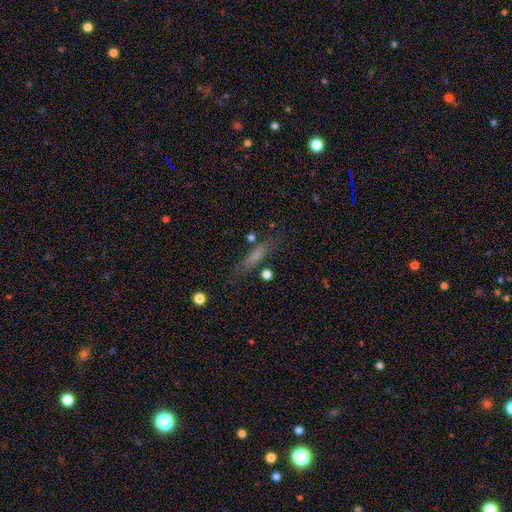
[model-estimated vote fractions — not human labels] Q: Smooth or featured?
A: smooth (65%); runner-up: featured or disk (22%)
Q: How rounded?
A: cigar-shaped (78%); runner-up: in between (19%)
Q: Merging?
A: none (74%); runner-up: minor disturbance (16%)